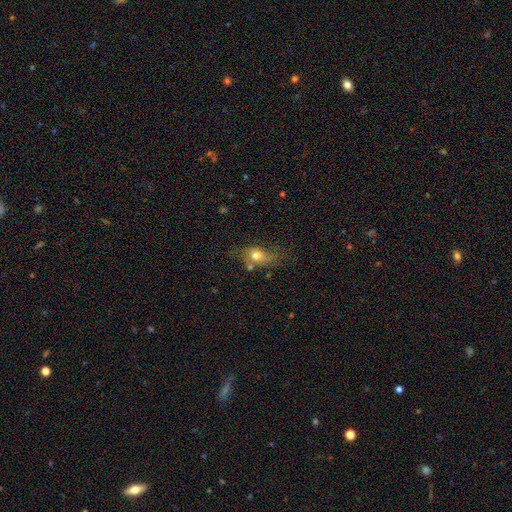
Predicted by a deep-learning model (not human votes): This appears to be a smooth galaxy with no disk features (64%) that is in between round and cigar-shaped (68%). Merging: none (47%).